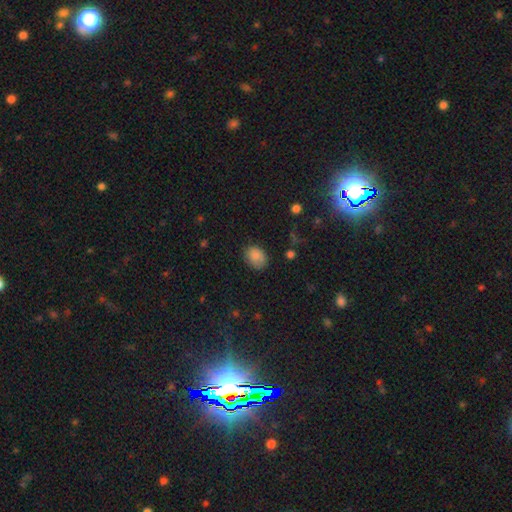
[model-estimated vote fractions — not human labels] Smooth or featured? smooth (85%)
How rounded? in between (65%)
Merging? none (77%)